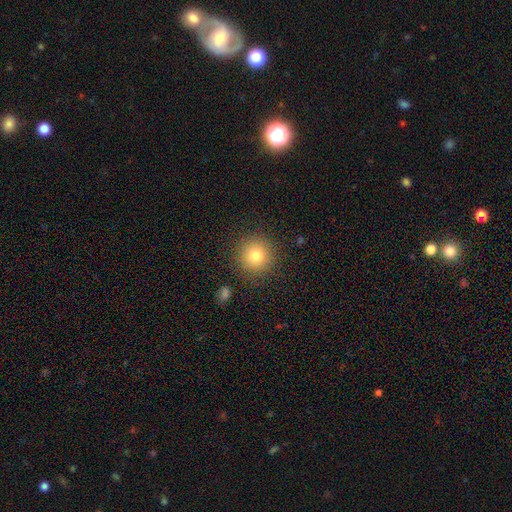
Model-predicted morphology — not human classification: Smooth or featured? Predicted: smooth (p=0.78). How rounded? Predicted: round (p=0.95). Merging? Predicted: none (p=0.89).